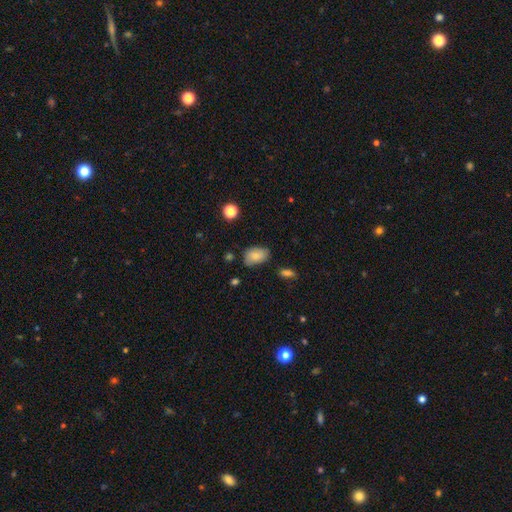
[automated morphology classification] This appears to be a smooth galaxy with no disk features (79%) that is in between round and cigar-shaped (87%). Merging: none (70%).